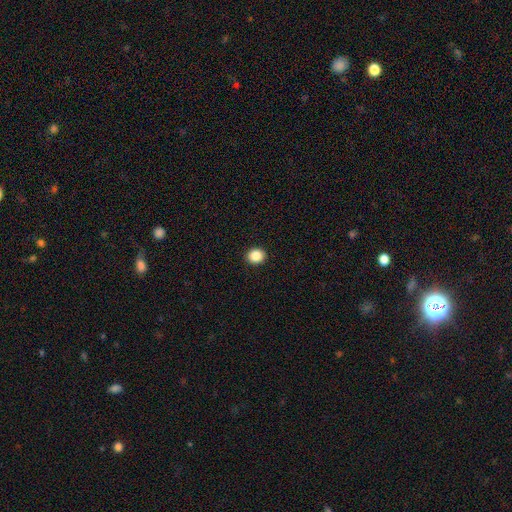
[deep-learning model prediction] This is clearly a smooth galaxy (87%). How rounded: likely round (79%). Merging: clearly none (93%).